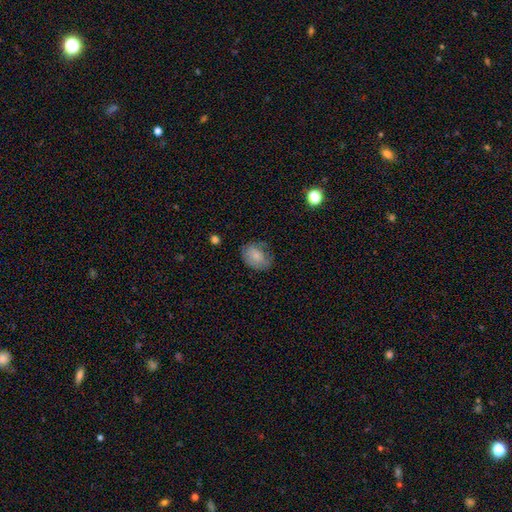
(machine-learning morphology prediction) The model was most divided on "how rounded": in between: 63%, round: 36%, cigar-shaped: 1%. More confident: smooth or featured — smooth (76%); merging — none (60%).